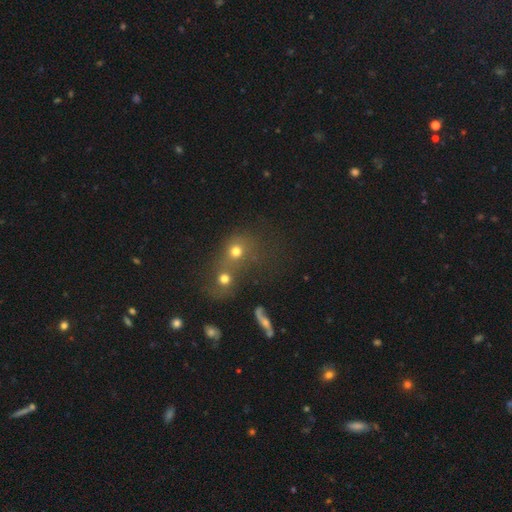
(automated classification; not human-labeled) Smooth or featured? Predicted: smooth (p=0.49). Merging? Predicted: merger (p=0.46).